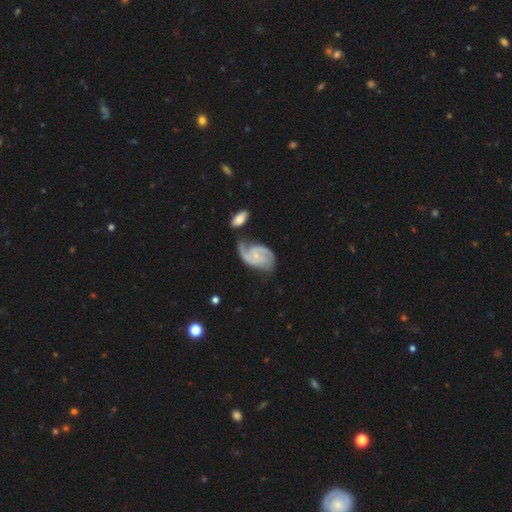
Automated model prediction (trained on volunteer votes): Overall: featured or disk (86%). Edge-on disk: no (98%). Bar: no (58%; weak 35%). Spiral arms: yes (97%). Spiral arm count: 2 (81%). Spiral winding: medium (49%; tight 29%). Bulge size: small (71%). Merging: none (50%; minor disturbance 25%).